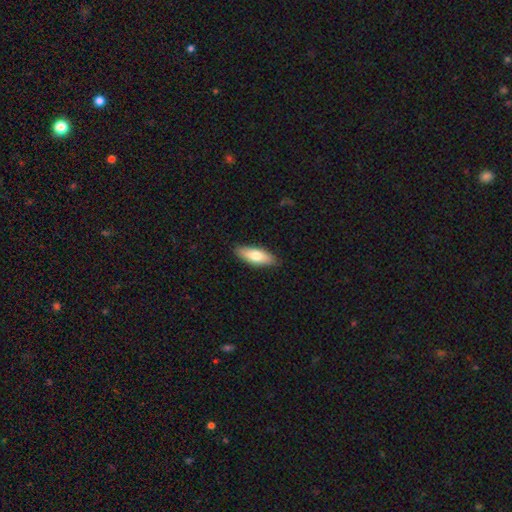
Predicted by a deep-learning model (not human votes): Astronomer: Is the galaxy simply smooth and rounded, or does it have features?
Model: smooth — 73%.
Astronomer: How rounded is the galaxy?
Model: in between — 63%.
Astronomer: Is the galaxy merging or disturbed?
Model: none — 87%.